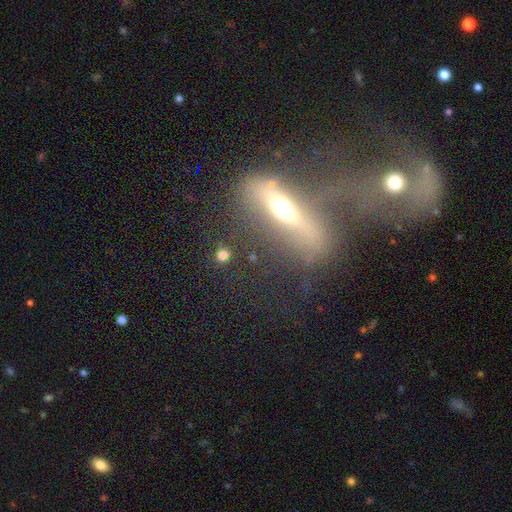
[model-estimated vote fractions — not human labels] This is likely a featured or disk galaxy (62%). It is likely viewed edge-on (62%). Merging: marginally merger (38%).